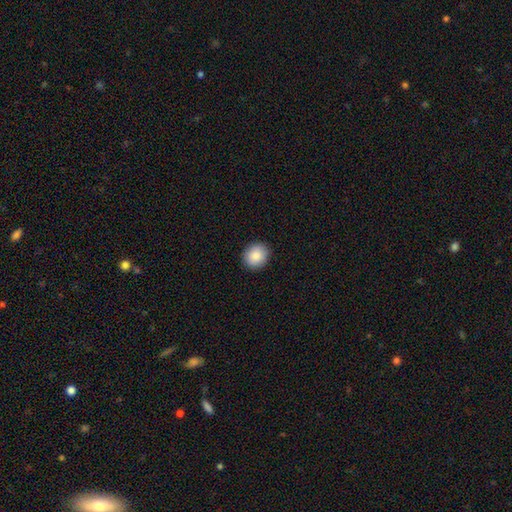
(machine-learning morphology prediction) This is clearly a smooth galaxy (87%). How rounded: likely round (79%). Merging: clearly none (91%).